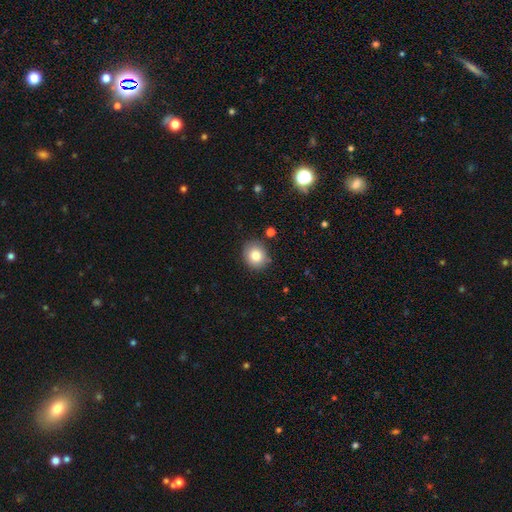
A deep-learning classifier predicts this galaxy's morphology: Smooth or featured? Predicted: smooth (p=0.82). How rounded? Predicted: round (p=0.75). Merging? Predicted: none (p=0.84).